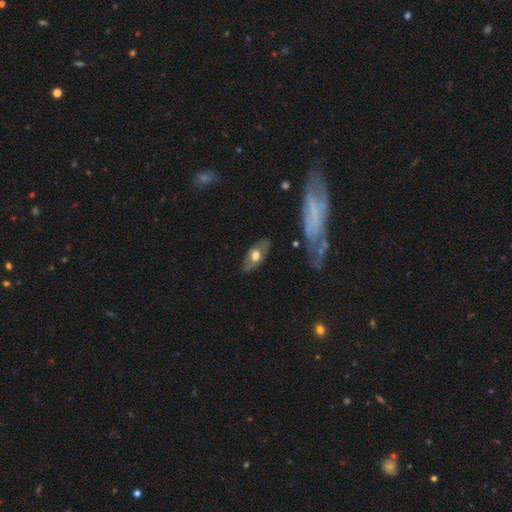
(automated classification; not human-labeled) smooth_or_featured: featured or disk (p=0.47) [tied with: smooth p=0.47]
merging: none (p=0.79) [alt: minor disturbance p=0.16]